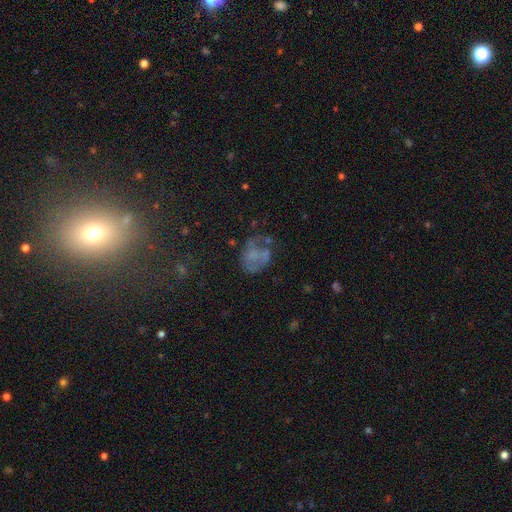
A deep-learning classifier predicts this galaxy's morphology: This is marginally a featured or disk galaxy (42%). Merging: marginally none (39%).